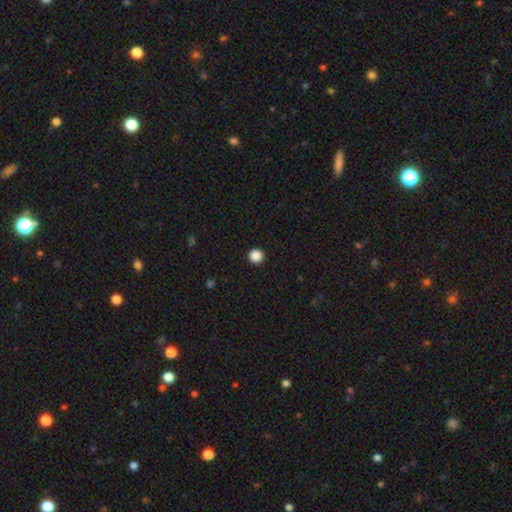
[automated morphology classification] Overall: smooth (88%). How rounded: round (94%). Merging: none (93%).